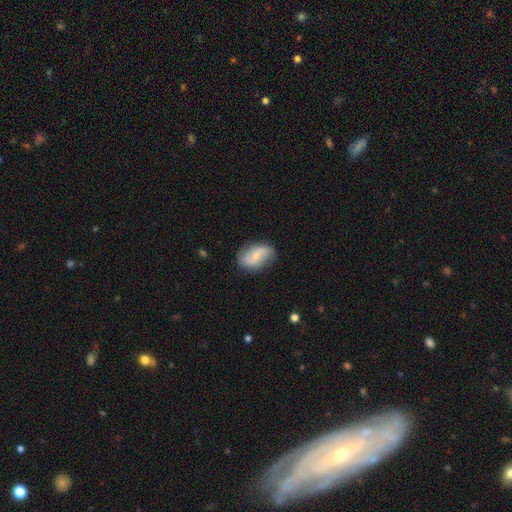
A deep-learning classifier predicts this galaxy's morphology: A featured or disk galaxy (65%) with a weak bar (46%), 2 (83%) loose (49%) spiral arms (91%) and a small central bulge (60%). Merging: none (74%).